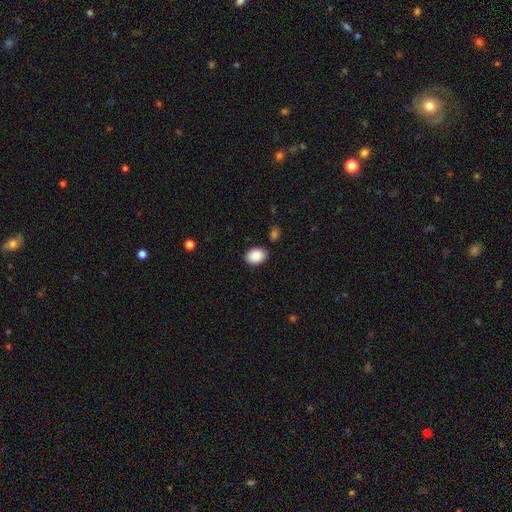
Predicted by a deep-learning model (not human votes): Morphology: type=smooth (90%); roundness=in between (71%); merging=none (85%).